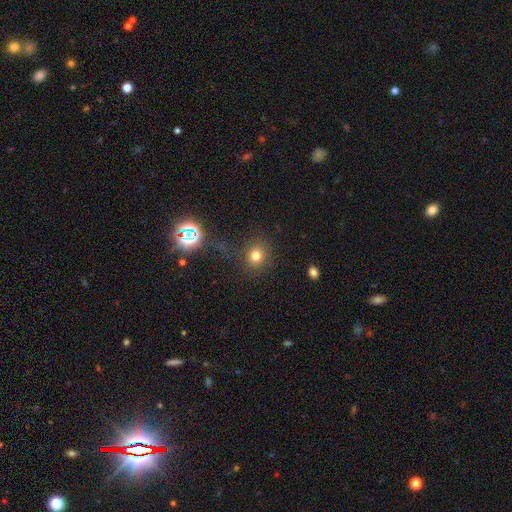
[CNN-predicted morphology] A smooth galaxy with no disk features (75%) that is round (87%).

Vote fractions:
- Smooth or featured? smooth: 75% / star or artifact: 18% / featured or disk: 7%
- How rounded? round: 87% / in between: 12% / cigar-shaped: 1%
- Merging? none: 83% / minor disturbance: 9% / major disturbance: 5% / merger: 3%